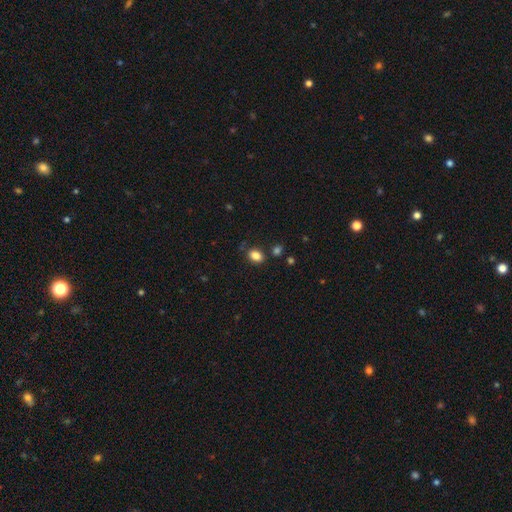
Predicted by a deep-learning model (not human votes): Smooth or featured?
  - smooth: 85% *
  - star or artifact: 10%
  - featured or disk: 5%
How rounded?
  - in between: 76% *
  - round: 22%
  - cigar-shaped: 1%
Merging?
  - none: 79% *
  - minor disturbance: 12%
  - merger: 6%
  - major disturbance: 3%